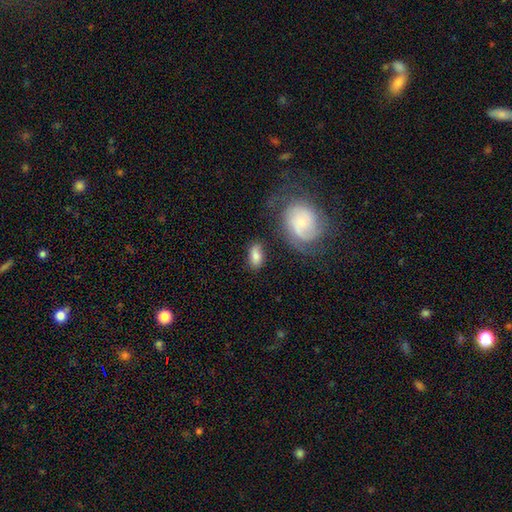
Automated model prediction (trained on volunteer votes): A smooth galaxy with no disk features (72%) that is in between round and cigar-shaped (87%).

Vote fractions:
- Smooth or featured? smooth: 72% / featured or disk: 20% / star or artifact: 7%
- How rounded? in between: 87% / round: 7% / cigar-shaped: 6%
- Merging? none: 69% / minor disturbance: 17% / merger: 9% / major disturbance: 6%